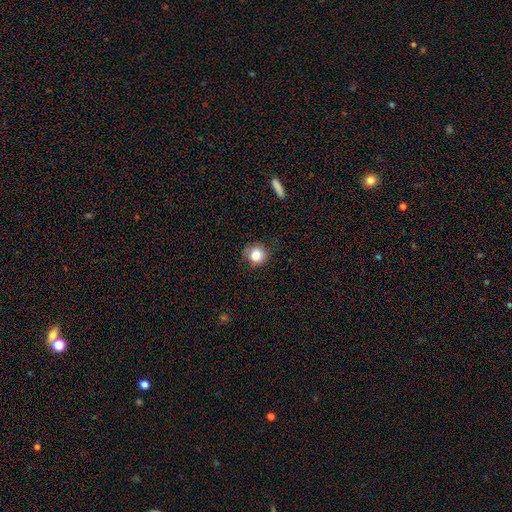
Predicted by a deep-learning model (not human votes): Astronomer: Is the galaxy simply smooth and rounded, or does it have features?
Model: smooth — 83%.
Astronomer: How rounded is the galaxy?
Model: round — 87%.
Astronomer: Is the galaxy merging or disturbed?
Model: none — 78%.